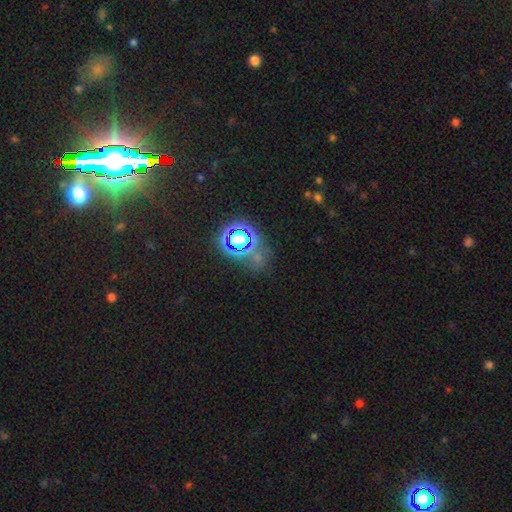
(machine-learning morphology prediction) A star or artifact, not a galaxy (64%).

Vote fractions:
- Smooth or featured? star or artifact: 64% / smooth: 25% / featured or disk: 11%